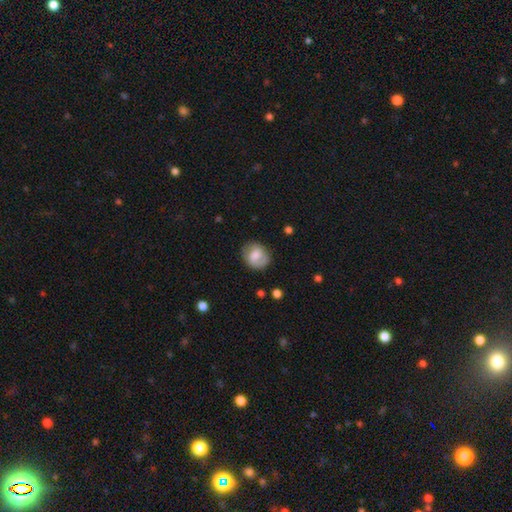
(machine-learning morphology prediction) Smooth or featured?
  - smooth: 62% *
  - featured or disk: 30%
  - star or artifact: 7%
How rounded?
  - round: 67% *
  - in between: 32%
  - cigar-shaped: 1%
Merging?
  - none: 73% *
  - minor disturbance: 19%
  - major disturbance: 7%
  - merger: 2%